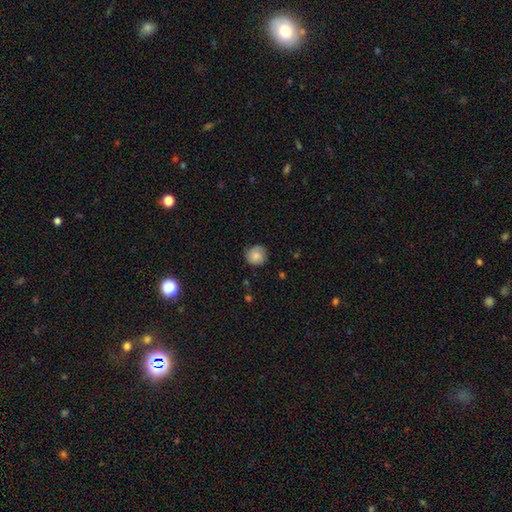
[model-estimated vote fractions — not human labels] This appears to be a smooth galaxy with no disk features (71%) that is round (89%). Merging: none (77%).